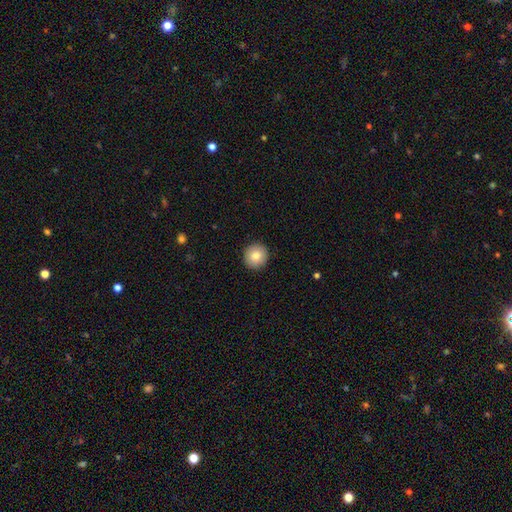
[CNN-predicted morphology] A smooth galaxy with no disk features (83%) that is round (94%). Merging: none (92%).